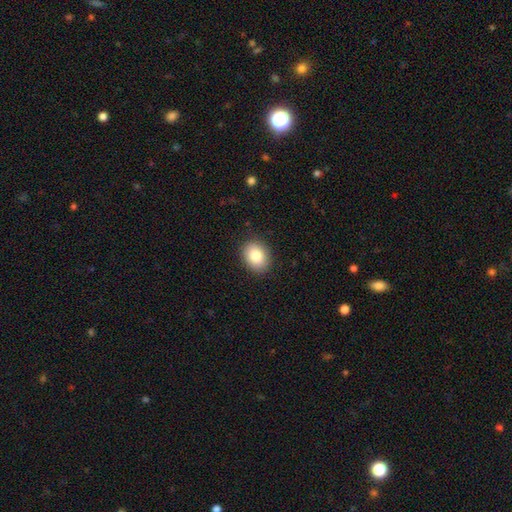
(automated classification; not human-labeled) Overall: smooth (84%). How rounded: in between (56%; round 43%). Merging: none (88%).